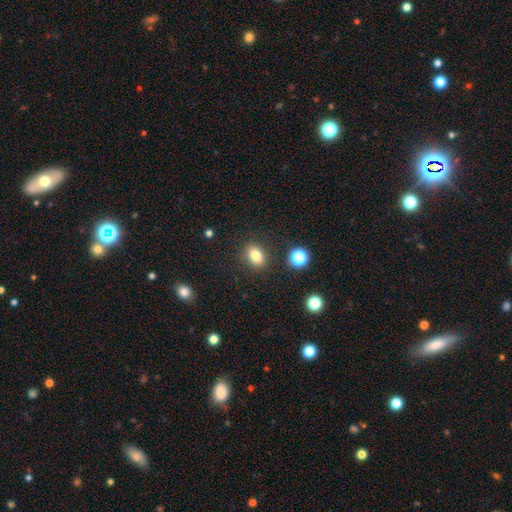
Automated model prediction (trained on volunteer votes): Smooth or featured? smooth (82%)
How rounded? in between (72%)
Merging? none (85%)